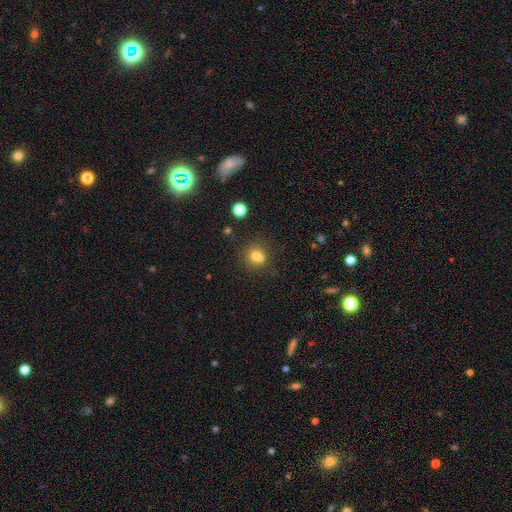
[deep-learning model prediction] Q: Smooth or featured?
A: smooth (72%); runner-up: star or artifact (15%)
Q: How rounded?
A: round (80%); runner-up: in between (19%)
Q: Merging?
A: none (50%); runner-up: merger (35%)